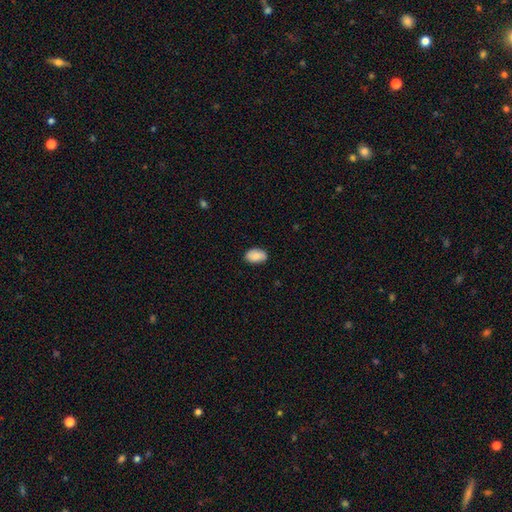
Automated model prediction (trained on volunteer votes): Q: Smooth or featured?
A: smooth (86%); runner-up: featured or disk (8%)
Q: How rounded?
A: in between (92%); runner-up: round (6%)
Q: Merging?
A: none (84%); runner-up: minor disturbance (13%)